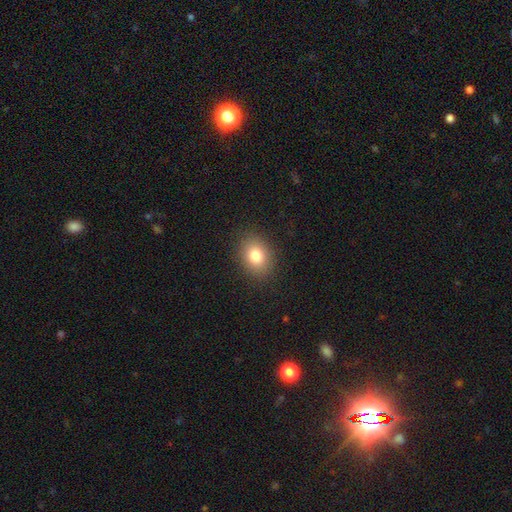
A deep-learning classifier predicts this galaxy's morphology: type=smooth (81%); roundness=in between (60%); merging=none (88%).